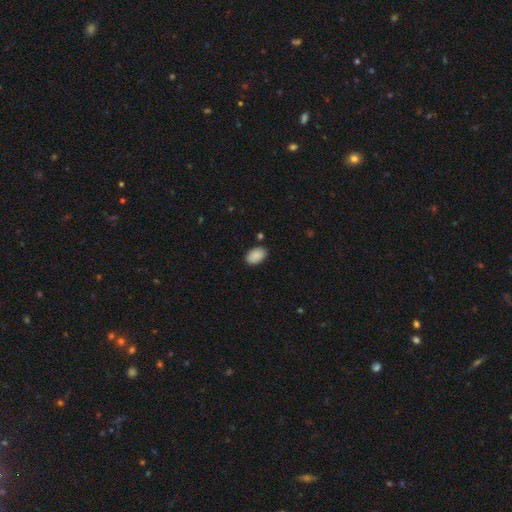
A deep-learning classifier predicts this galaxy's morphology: Smooth or featured?
  - smooth: 89% *
  - star or artifact: 7%
  - featured or disk: 4%
How rounded?
  - in between: 91% *
  - round: 8%
  - cigar-shaped: 1%
Merging?
  - none: 84% *
  - minor disturbance: 12%
  - major disturbance: 2%
  - merger: 2%